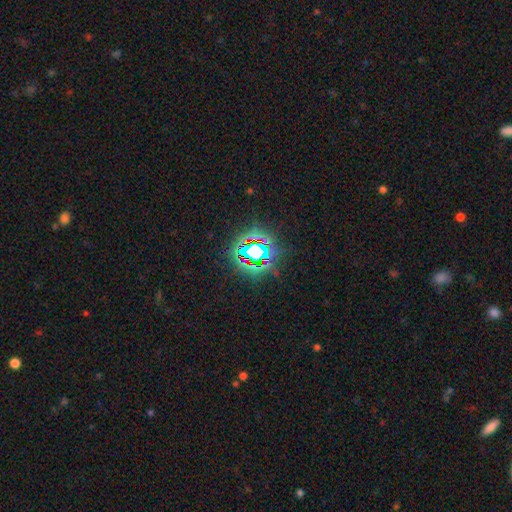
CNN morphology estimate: Smooth or featured? star or artifact (79%)